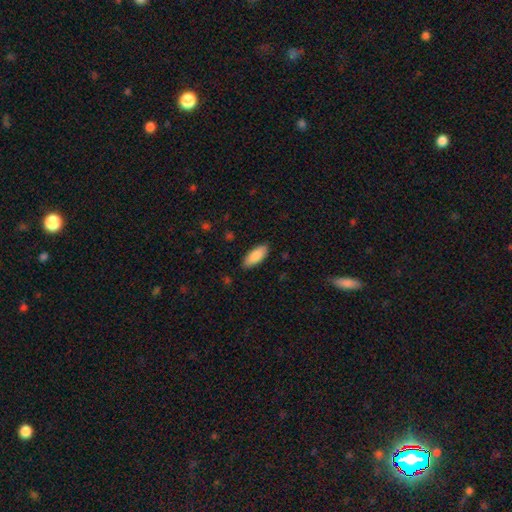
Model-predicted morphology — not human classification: A smooth galaxy with no disk features (86%) that is in between round and cigar-shaped (80%). Merging: none (87%).